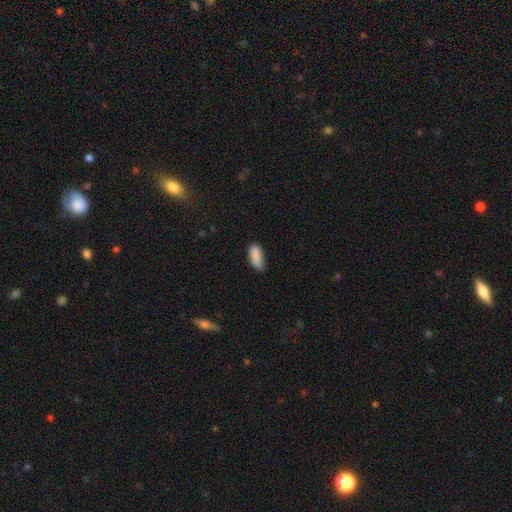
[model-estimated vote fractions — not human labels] A smooth galaxy with no disk features (88%) that is in between round and cigar-shaped (83%).

Vote fractions:
- Smooth or featured? smooth: 88% / star or artifact: 7% / featured or disk: 5%
- How rounded? in between: 83% / cigar-shaped: 15% / round: 2%
- Merging? none: 65% / minor disturbance: 29% / major disturbance: 5% / merger: 2%